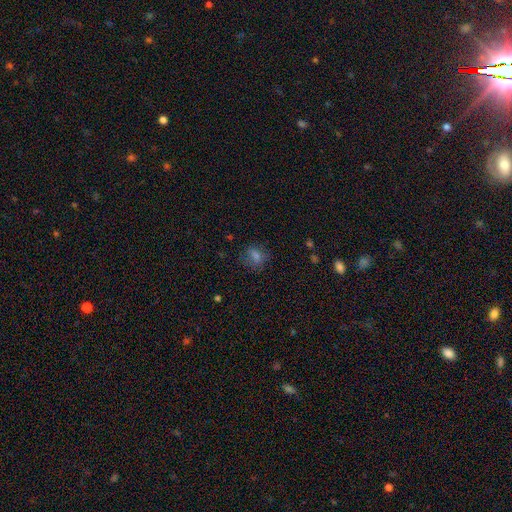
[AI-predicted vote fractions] smooth_or_featured: smooth (p=0.66) [alt: star or artifact p=0.22]
how_rounded: round (p=0.55) [alt: in between p=0.42]
merging: none (p=0.78) [alt: minor disturbance p=0.14]